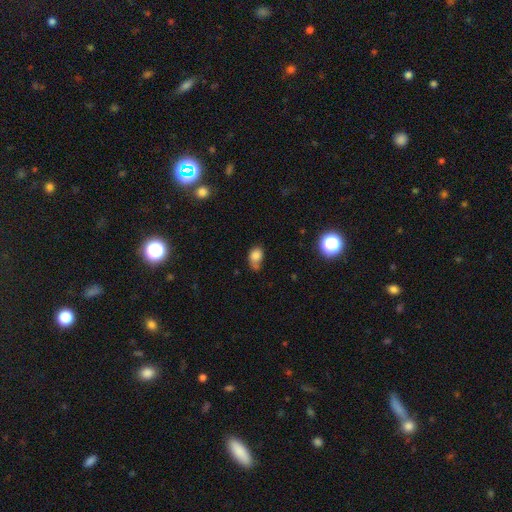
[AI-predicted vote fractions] A smooth galaxy with no disk features (79%) that is in between round and cigar-shaped (66%).

Vote fractions:
- Smooth or featured? smooth: 79% / star or artifact: 11% / featured or disk: 9%
- How rounded? in between: 66% / round: 33% / cigar-shaped: 2%
- Merging? none: 37% (tied) / minor disturbance: 37% (tied) / major disturbance: 17% / merger: 9%